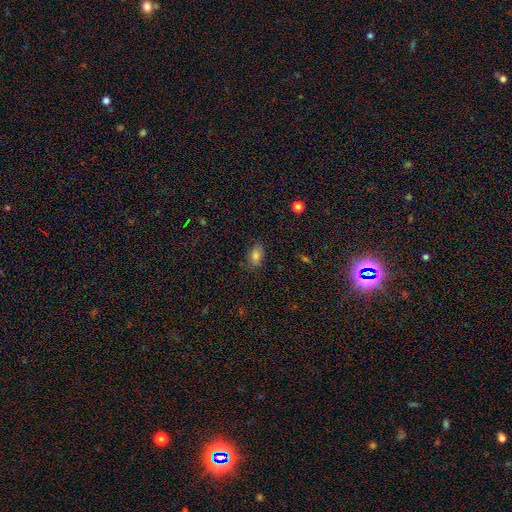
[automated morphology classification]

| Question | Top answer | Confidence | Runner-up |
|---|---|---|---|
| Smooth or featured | smooth | 80% | star or artifact (13%) |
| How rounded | in between | 81% | round (18%) |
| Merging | none | 82% | minor disturbance (13%) |